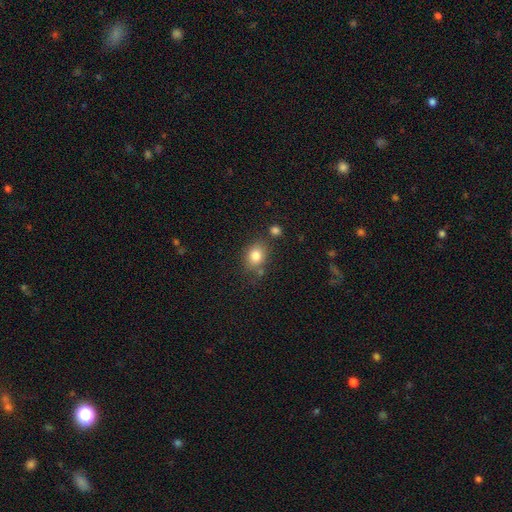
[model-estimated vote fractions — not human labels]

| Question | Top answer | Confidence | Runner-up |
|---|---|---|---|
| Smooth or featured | smooth | 81% | star or artifact (10%) |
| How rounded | round | 50% | in between (49%) |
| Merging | none | 72% | minor disturbance (15%) |